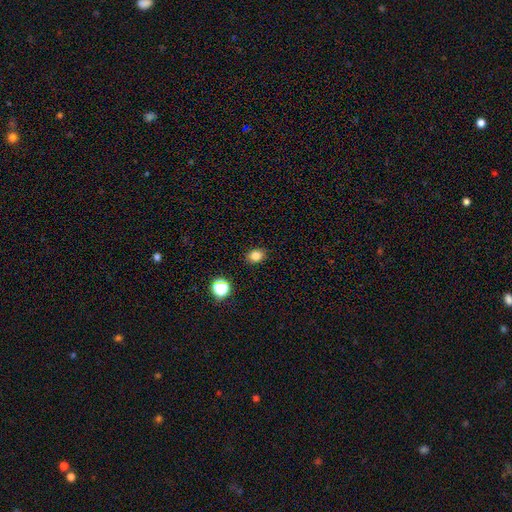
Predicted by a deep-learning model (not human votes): This is clearly a smooth galaxy (82%). How rounded: possibly in between (51%). Merging: clearly none (89%).